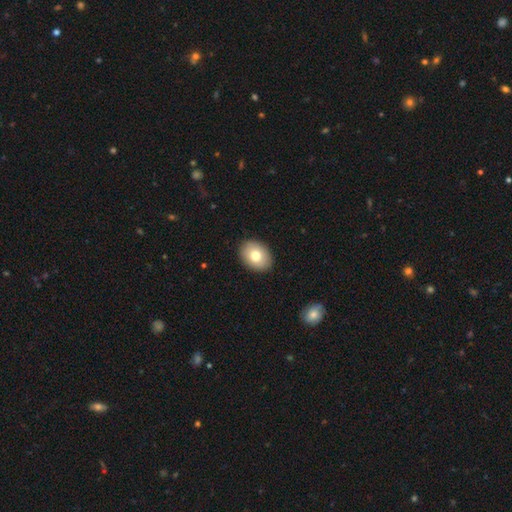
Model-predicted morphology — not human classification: Smooth or featured? Predicted: smooth (p=0.78). How rounded? Predicted: in between (p=0.72). Merging? Predicted: none (p=0.90).